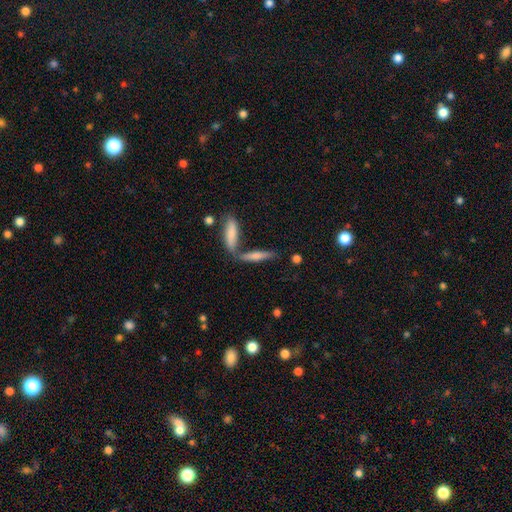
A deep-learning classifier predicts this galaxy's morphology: type=smooth (63%); roundness=cigar-shaped (79%); merging=none (53%).